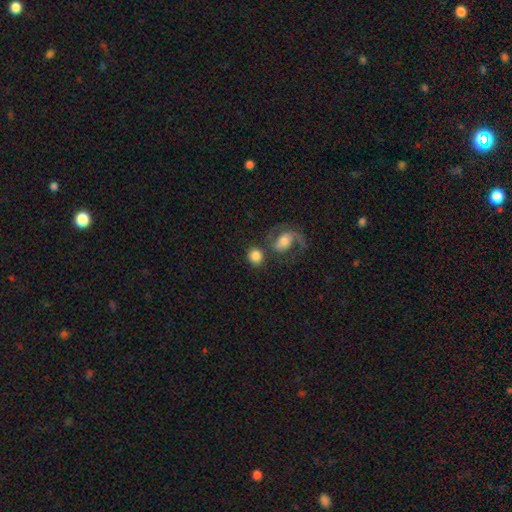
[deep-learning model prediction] smooth-or-featured: smooth: 77% | featured or disk: 16% | star or artifact: 7%
  how-rounded: round: 81% | in between: 18% | cigar-shaped: 1%
  merging: none: 59% | merger: 24% | minor disturbance: 10% | major disturbance: 7%